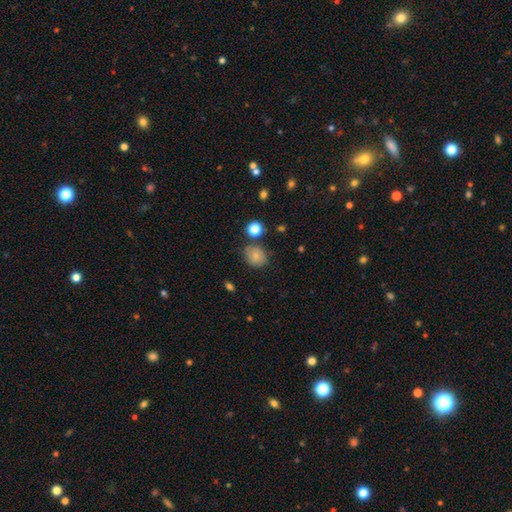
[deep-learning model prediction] This is likely a smooth galaxy (79%). How rounded: likely round (62%). Merging: likely none (76%).